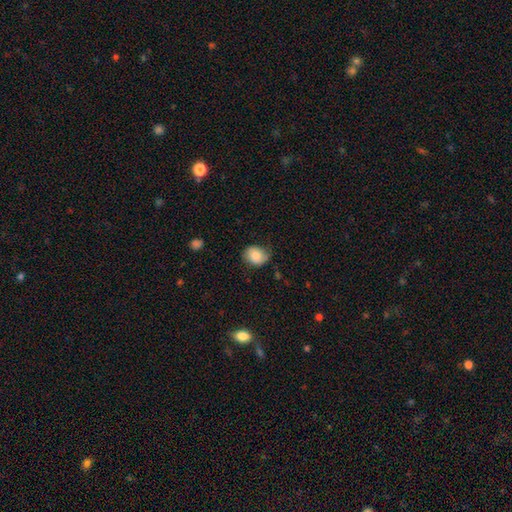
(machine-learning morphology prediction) Smooth or featured? Predicted: smooth (p=0.79). How rounded? Predicted: round (p=0.51). Merging? Predicted: none (p=0.65).